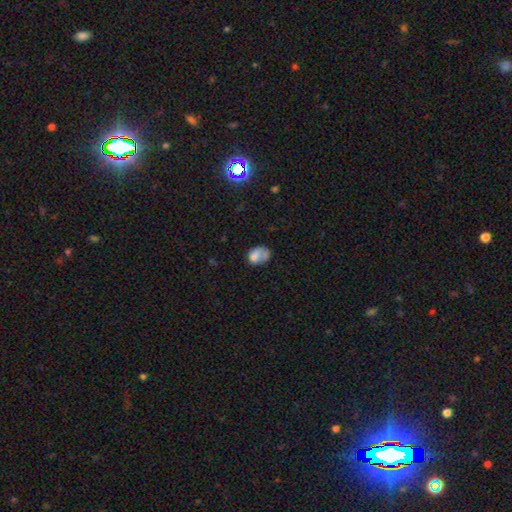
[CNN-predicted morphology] smooth-or-featured: smooth: 65% | featured or disk: 25% | star or artifact: 10%
  how-rounded: in between: 67% | round: 31% | cigar-shaped: 1%
  merging: none: 36% | minor disturbance: 25% | major disturbance: 25% | merger: 13%